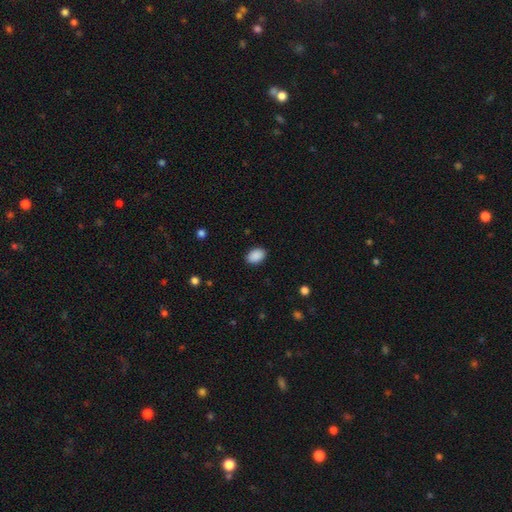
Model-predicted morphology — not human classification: Overall: smooth (90%). How rounded: in between (87%). Merging: none (89%).